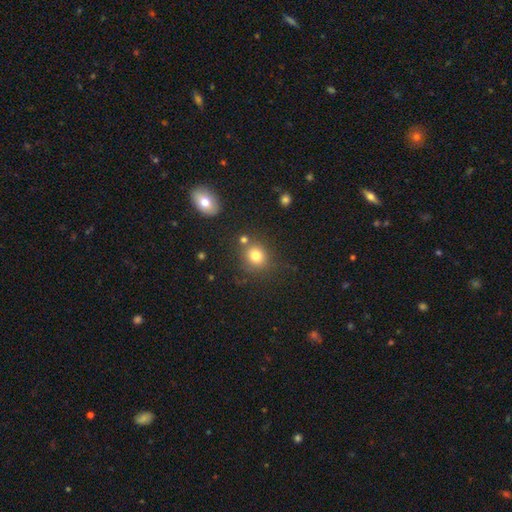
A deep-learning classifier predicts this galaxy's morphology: type=smooth (79%); roundness=round (76%); merging=none (73%).